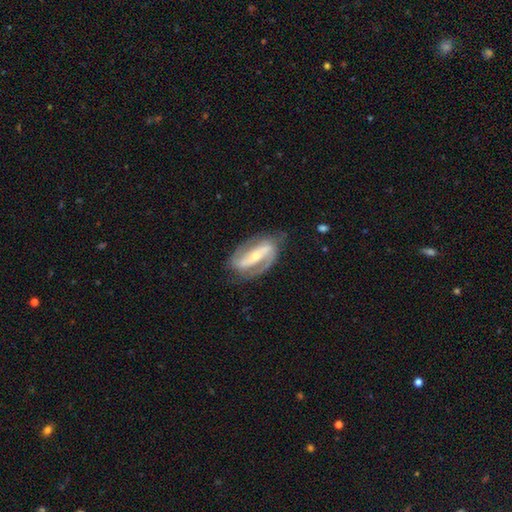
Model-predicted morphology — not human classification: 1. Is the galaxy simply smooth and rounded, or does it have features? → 87% featured or disk, 8% smooth, 5% star or artifact.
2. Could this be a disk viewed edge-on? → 94% no, 6% yes.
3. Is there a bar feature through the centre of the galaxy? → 70% strong, 19% weak, 11% no.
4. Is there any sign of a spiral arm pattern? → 93% yes, 7% no.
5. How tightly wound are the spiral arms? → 46% medium, 31% tight, 23% loose.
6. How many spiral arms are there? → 88% 2, 4% 1, 4% can't tell, 1% 3, 1% 4, 1% more than 4.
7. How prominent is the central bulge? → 54% small, 40% moderate, 3% large, 2% none, 1% dominant.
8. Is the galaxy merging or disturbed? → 75% none, 16% minor disturbance, 7% major disturbance, 1% merger.